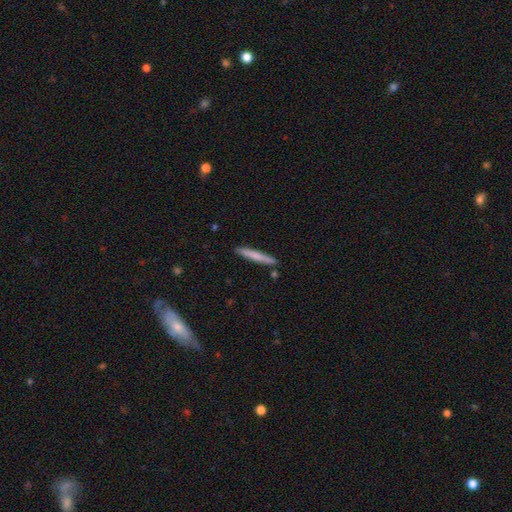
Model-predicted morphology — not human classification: Overall: smooth (70%). How rounded: cigar-shaped (96%). Merging: none (89%).